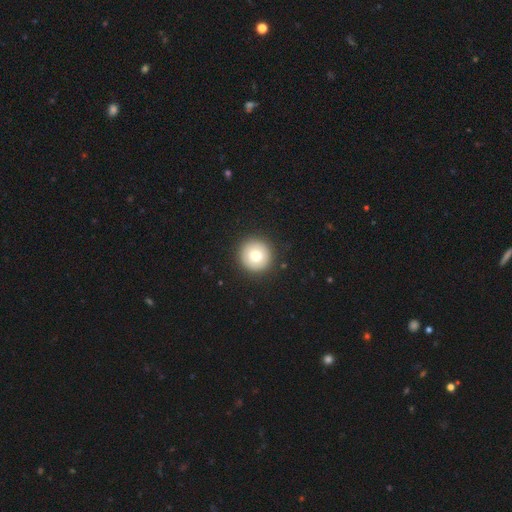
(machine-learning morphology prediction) smooth 76%, featured or disk 15%, star or artifact 9%. Down the decision tree: how rounded — round (95%); merging — none (92%).